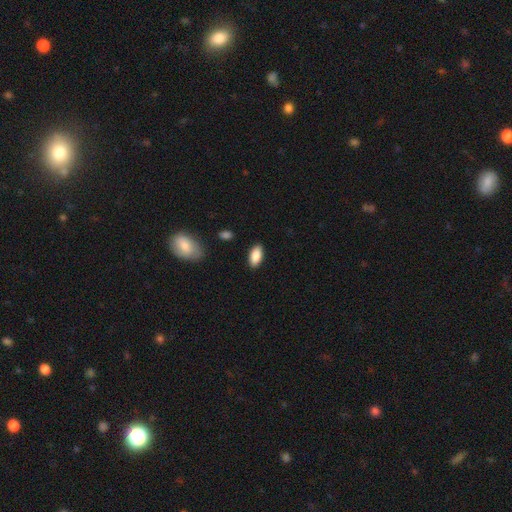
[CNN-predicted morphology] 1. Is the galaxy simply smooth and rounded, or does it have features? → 88% smooth, 6% star or artifact, 6% featured or disk.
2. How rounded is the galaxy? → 91% in between, 7% cigar-shaped, 2% round.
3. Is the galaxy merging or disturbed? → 87% none, 9% minor disturbance, 2% major disturbance, 1% merger.